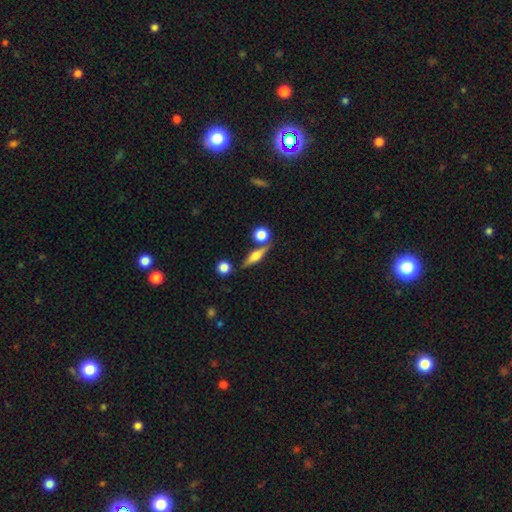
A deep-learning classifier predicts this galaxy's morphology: Smooth or featured? Predicted: featured or disk (p=0.53). Edge-on disk? Predicted: yes (p=0.93). Merging? Predicted: none (p=0.76).